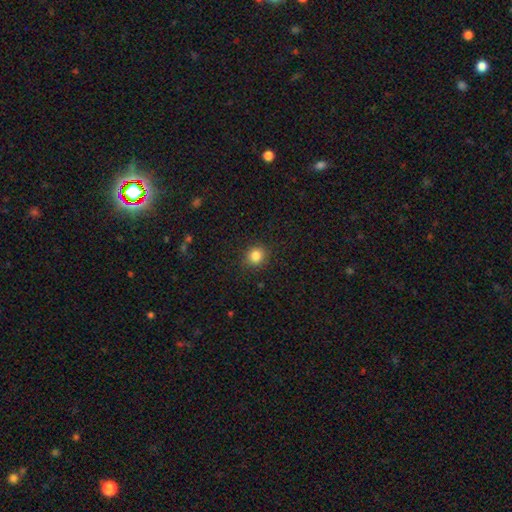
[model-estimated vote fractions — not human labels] This appears to be a smooth galaxy with no disk features (84%) that is round (79%). Merging: none (88%).